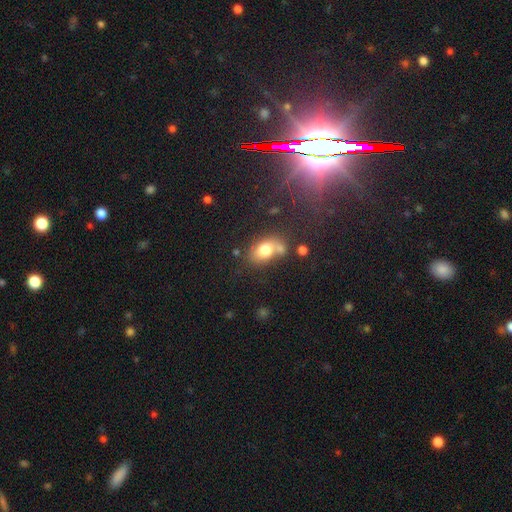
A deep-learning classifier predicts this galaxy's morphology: Q: Smooth or featured?
A: smooth (70%); runner-up: star or artifact (16%)
Q: How rounded?
A: in between (74%); runner-up: round (24%)
Q: Merging?
A: none (54%); runner-up: merger (24%)